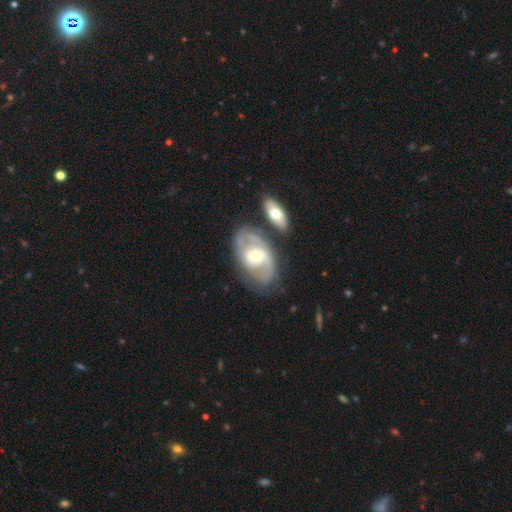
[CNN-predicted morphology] type=featured or disk (76%); edge-on=no (95%); bar=no (47%); spiral arms=yes (81%); winding=medium (43%); arm count=2 (67%); bulge=moderate (62%); merging=none (57%).